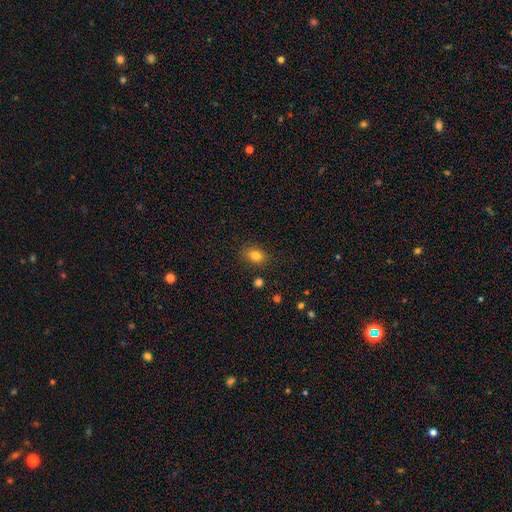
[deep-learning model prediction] This is clearly a smooth galaxy (81%). How rounded: possibly in between (59%). Merging: clearly none (83%).